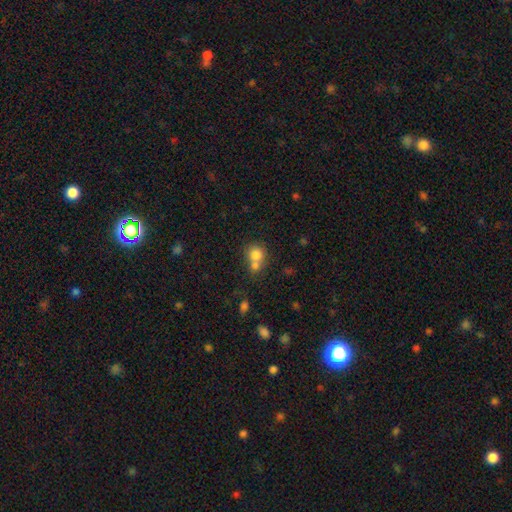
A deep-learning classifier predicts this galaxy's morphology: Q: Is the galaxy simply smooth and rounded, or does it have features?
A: smooth — 78%.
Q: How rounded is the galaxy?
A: round — 81%.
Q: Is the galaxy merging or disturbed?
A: merger — 53%.